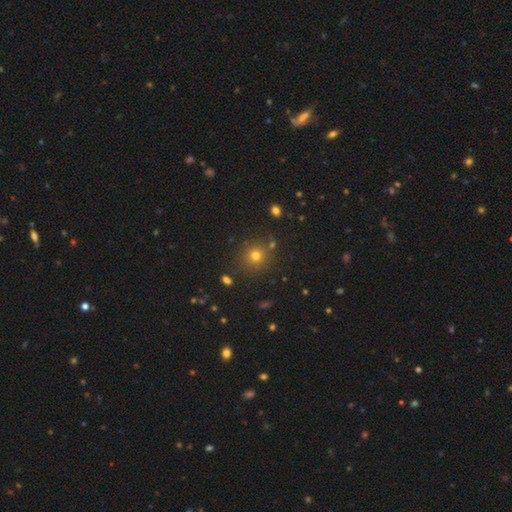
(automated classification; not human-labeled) Morphology: type=smooth (70%); roundness=round (91%); merging=none (83%).